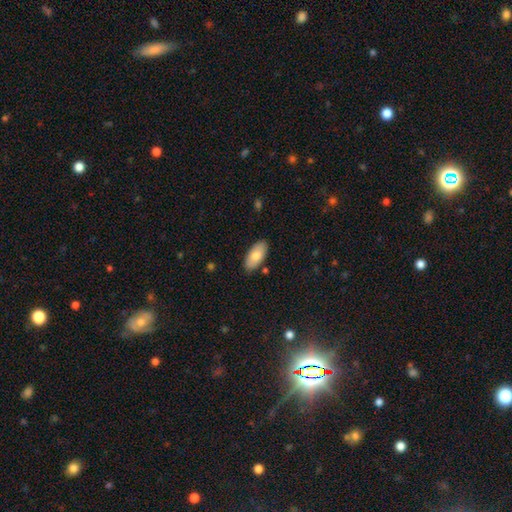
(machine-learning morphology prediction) This appears to be a smooth galaxy with no disk features (77%) that is in between round and cigar-shaped (93%). Merging: none (86%).